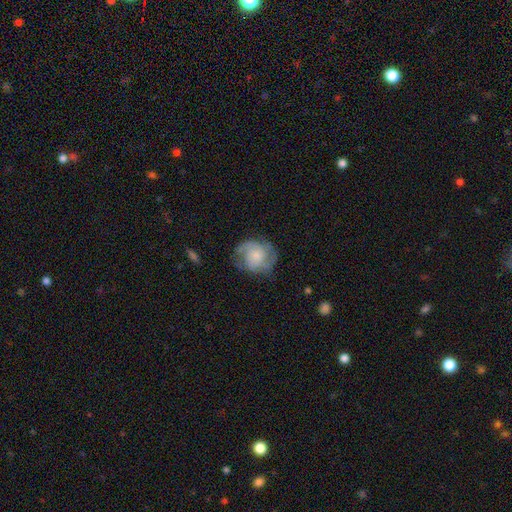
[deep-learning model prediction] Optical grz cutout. It shows a featured or disk galaxy (66%) with no bar (75%), 2 (31%) medium (44%) spiral arms (90%) and a moderate central bulge (36%). Merging: none (67%).